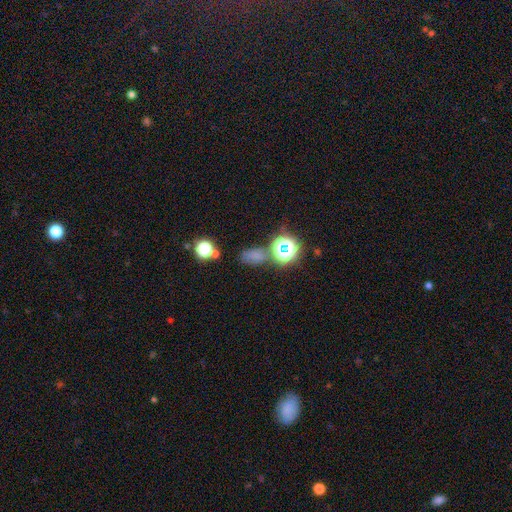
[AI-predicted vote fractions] This appears to be a smooth galaxy with no disk features (63%) that is in between round and cigar-shaped (73%). Merging: none (61%).